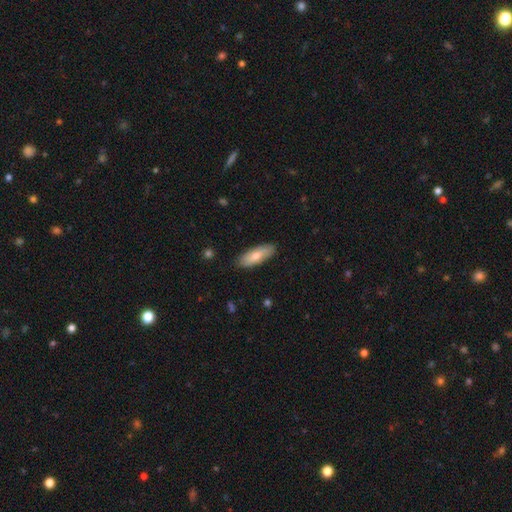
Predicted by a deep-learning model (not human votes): This is likely a smooth galaxy (66%). How rounded: likely in between (69%). Merging: clearly none (87%).